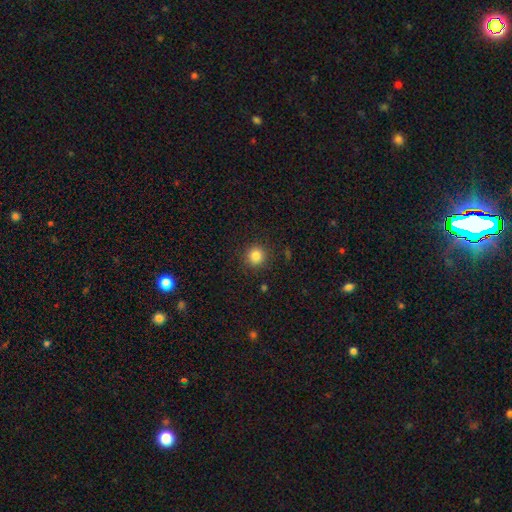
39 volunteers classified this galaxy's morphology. Q: Smooth or featured?
A: smooth (92%); runner-up: featured or disk (8%)
Q: How rounded?
A: round (97%); runner-up: in between (3%)
Q: Merging?
A: none (92%); runner-up: major disturbance (5%)